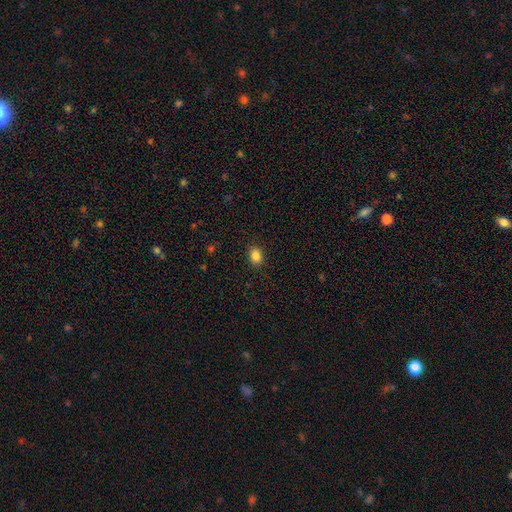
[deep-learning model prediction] smooth 86%, star or artifact 10%, featured or disk 4%. Down the decision tree: how rounded — in between (62%); merging — none (89%).